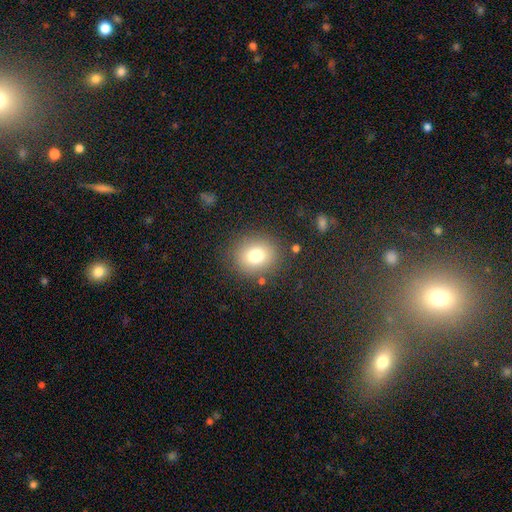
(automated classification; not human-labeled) Smooth or featured?
  - smooth: 76% *
  - star or artifact: 13%
  - featured or disk: 11%
How rounded?
  - round: 77% *
  - in between: 22%
  - cigar-shaped: 1%
Merging?
  - none: 84% *
  - minor disturbance: 9%
  - major disturbance: 4%
  - merger: 2%